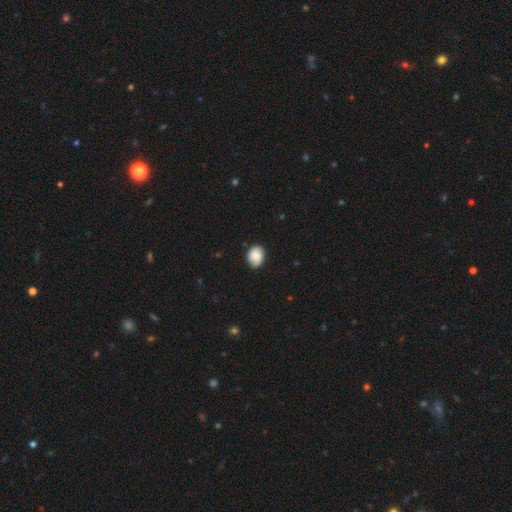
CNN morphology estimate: Smooth or featured? smooth (84%)
How rounded? in between (64%)
Merging? none (80%)